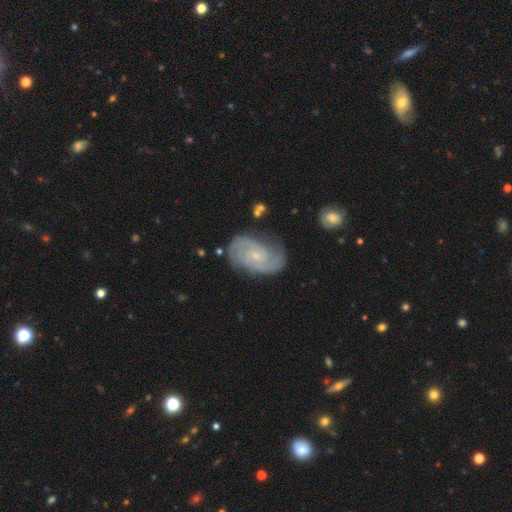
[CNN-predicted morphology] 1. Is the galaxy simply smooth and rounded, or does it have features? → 84% featured or disk, 10% smooth, 5% star or artifact.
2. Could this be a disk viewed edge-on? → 97% no, 3% yes.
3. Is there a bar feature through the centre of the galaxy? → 65% no, 31% weak, 5% strong.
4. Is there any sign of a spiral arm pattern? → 96% yes, 4% no.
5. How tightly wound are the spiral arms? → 51% tight, 38% medium, 11% loose.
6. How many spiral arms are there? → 59% 2, 17% can't tell, 12% 3, 4% 4, 4% 1, 3% more than 4.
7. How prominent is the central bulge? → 77% small, 18% moderate, 3% none, 1% large, 1% dominant.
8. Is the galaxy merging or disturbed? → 72% none, 19% minor disturbance, 6% major disturbance, 2% merger.